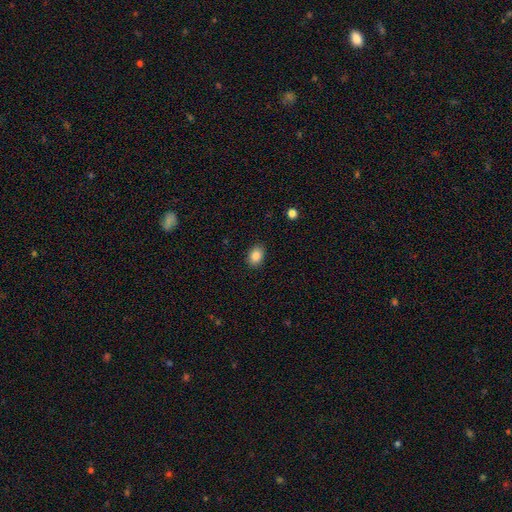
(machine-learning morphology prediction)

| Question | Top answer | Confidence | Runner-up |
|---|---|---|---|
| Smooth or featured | smooth | 86% | star or artifact (9%) |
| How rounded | in between | 74% | round (25%) |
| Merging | none | 89% | minor disturbance (8%) |